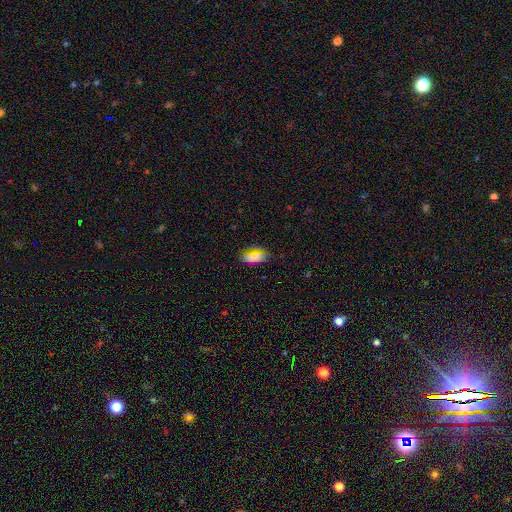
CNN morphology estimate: A smooth galaxy with no disk features (74%) that is in between round and cigar-shaped (86%).

Vote fractions:
- Smooth or featured? smooth: 74% / star or artifact: 13% / featured or disk: 12%
- How rounded? in between: 86% / cigar-shaped: 9% / round: 5%
- Merging? none: 75% / minor disturbance: 19% / major disturbance: 5% / merger: 2%